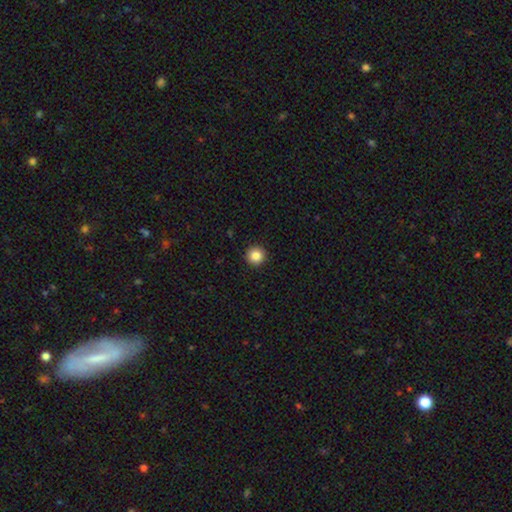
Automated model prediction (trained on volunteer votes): smooth_or_featured: smooth (p=0.86) [alt: star or artifact p=0.10]
how_rounded: round (p=0.96) [alt: in between p=0.03]
merging: none (p=0.93) [alt: minor disturbance p=0.04]